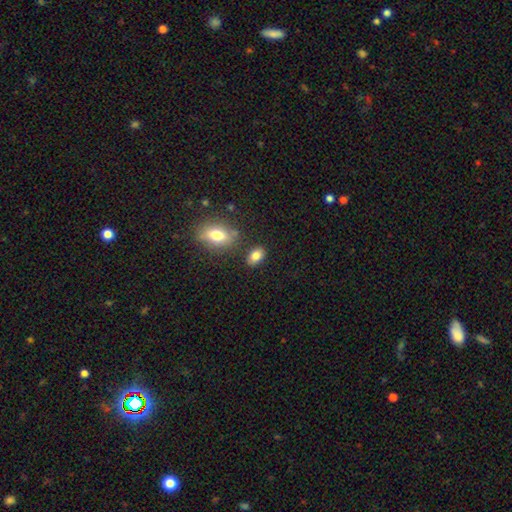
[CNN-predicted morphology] smooth_or_featured: smooth (p=0.84) [alt: star or artifact p=0.09]
how_rounded: in between (p=0.86) [alt: round p=0.12]
merging: none (p=0.80) [alt: minor disturbance p=0.11]